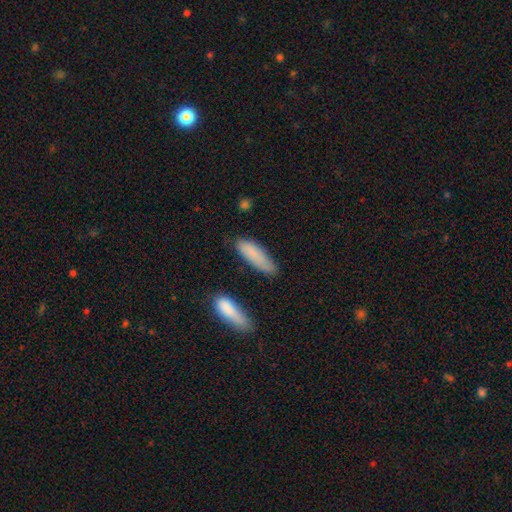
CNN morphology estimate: A smooth galaxy with no disk features (83%) that is cigar-shaped (51%). Merging: none (64%).